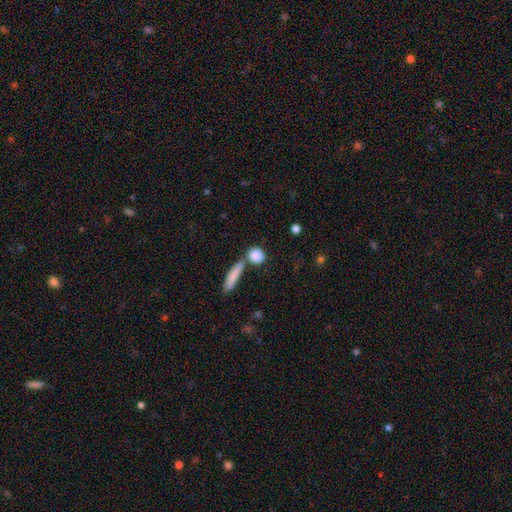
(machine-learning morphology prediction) A smooth galaxy with no disk features (85%) that is round (68%). Merging: none (64%).